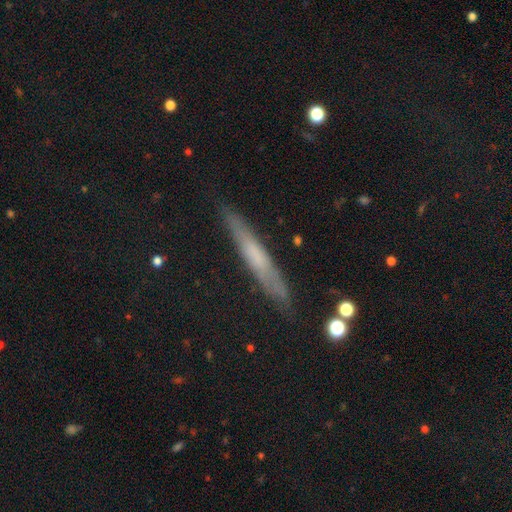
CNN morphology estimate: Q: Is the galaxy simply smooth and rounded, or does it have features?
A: smooth — 47%.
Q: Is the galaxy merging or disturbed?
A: none — 84%.